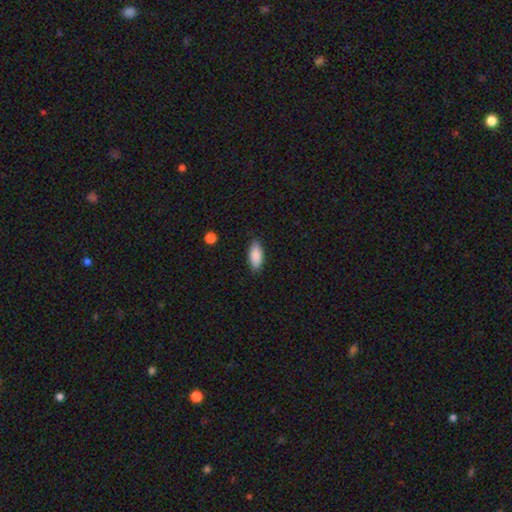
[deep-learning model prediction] This is clearly a smooth galaxy (89%). How rounded: clearly in between (84%). Merging: clearly none (85%).